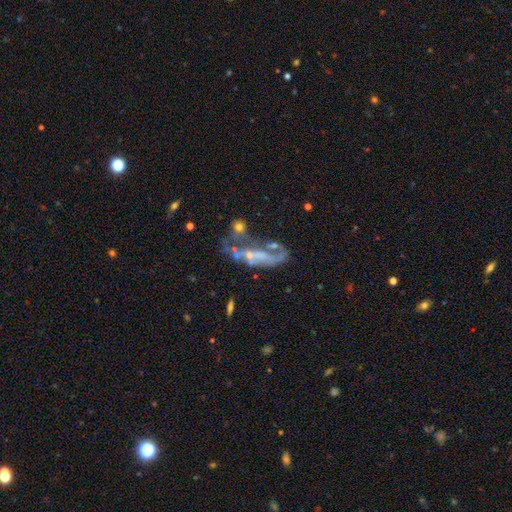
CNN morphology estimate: This is likely a featured or disk galaxy (64%). It is clearly not viewed edge-on (85%). Bar: likely no (64%). Spiral arm pattern: possibly no (59%). Central bulge: marginally small (43%). Merging: marginally major disturbance (35%).